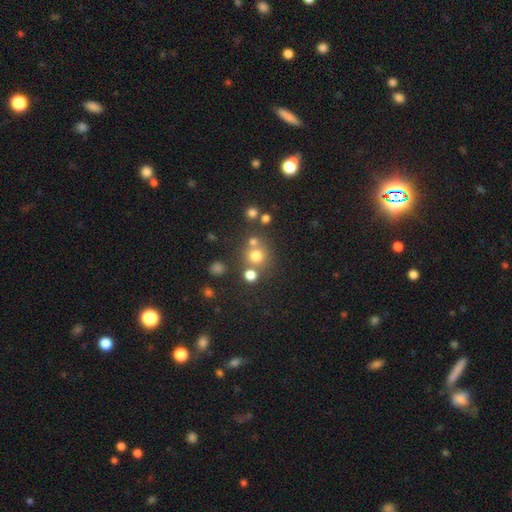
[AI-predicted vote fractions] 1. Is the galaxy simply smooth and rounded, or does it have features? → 71% smooth, 18% star or artifact, 10% featured or disk.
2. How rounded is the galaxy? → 89% round, 10% in between, 1% cigar-shaped.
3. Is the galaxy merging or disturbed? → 65% none, 23% merger, 9% minor disturbance, 4% major disturbance.